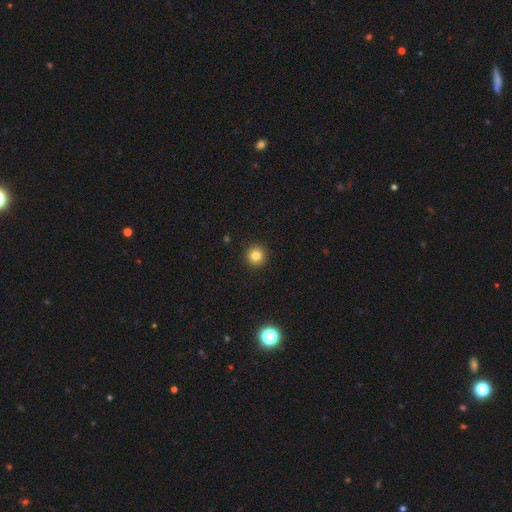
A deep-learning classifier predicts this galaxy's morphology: smooth 83%, star or artifact 12%, featured or disk 5%. Down the decision tree: how rounded — round (95%); merging — none (93%).